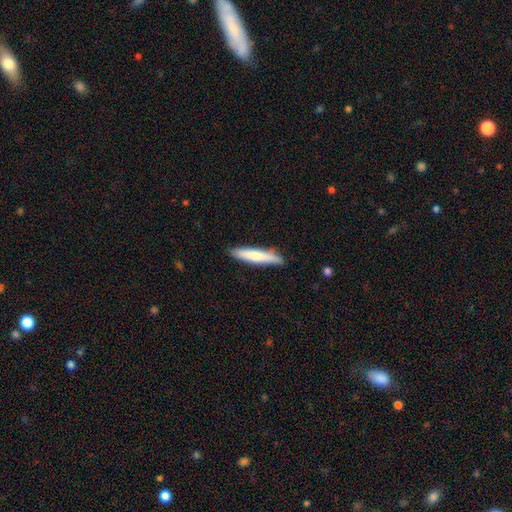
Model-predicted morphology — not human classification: smooth_or_featured: smooth (p=0.72) [alt: featured or disk p=0.23]
how_rounded: cigar-shaped (p=0.89) [alt: in between p=0.10]
merging: none (p=0.86) [alt: minor disturbance p=0.11]